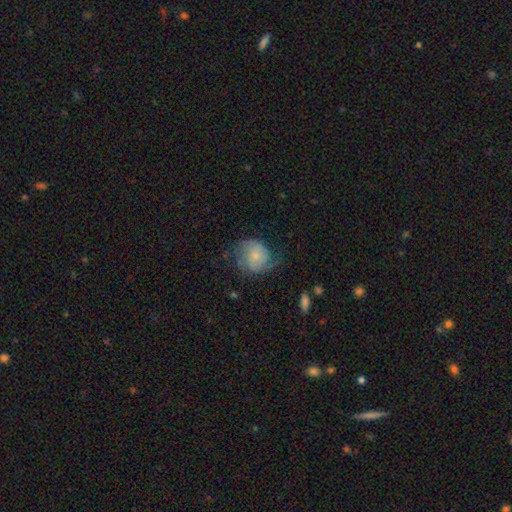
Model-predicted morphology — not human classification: Smooth or featured? Predicted: featured or disk (p=0.52). Edge-on disk? Predicted: no (p=0.98). Bar? Predicted: no (p=0.75). Spiral arms? Predicted: yes (p=0.83). Bulge size? Predicted: small (p=0.62). Merging? Predicted: none (p=0.49).